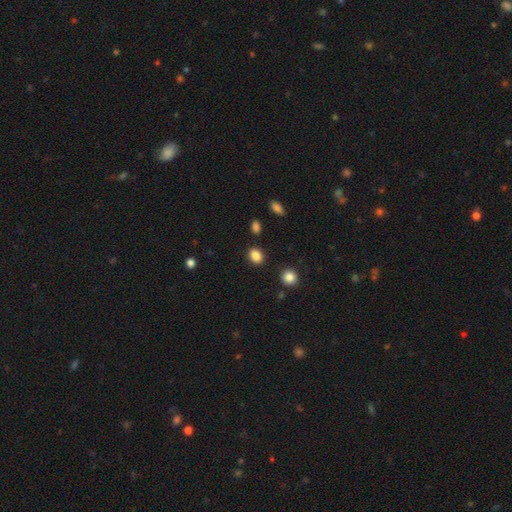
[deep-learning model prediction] Smooth or featured?
  - smooth: 86% *
  - star or artifact: 10%
  - featured or disk: 4%
How rounded?
  - in between: 62% *
  - round: 37%
  - cigar-shaped: 1%
Merging?
  - none: 87% *
  - minor disturbance: 8%
  - merger: 3%
  - major disturbance: 3%